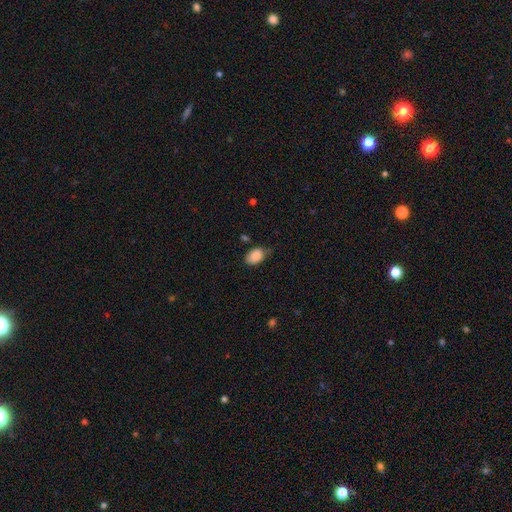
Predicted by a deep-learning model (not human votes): A smooth galaxy with no disk features (87%) that is in between round and cigar-shaped (85%). Merging: none (63%).